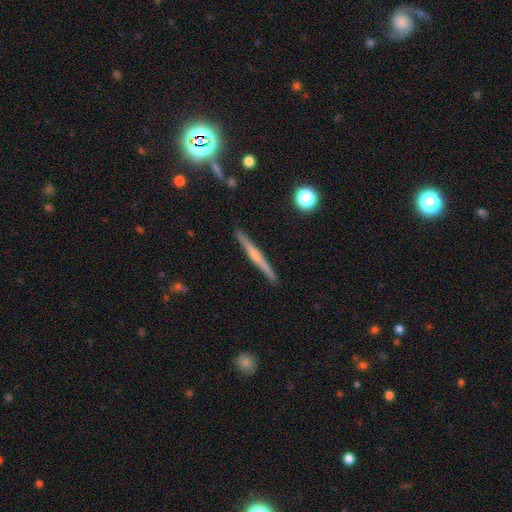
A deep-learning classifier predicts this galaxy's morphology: Smooth or featured? featured or disk (69%)
Edge-on disk? yes (98%)
Edge-on bulge? rounded (68%)
Merging? none (91%)